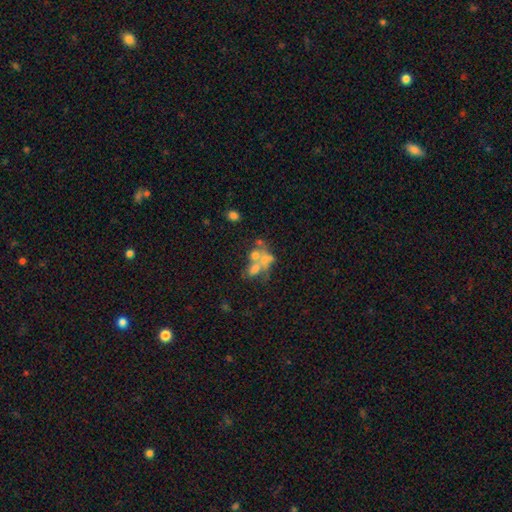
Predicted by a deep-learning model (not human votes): Smooth or featured? featured or disk (43%)
Merging? merger (43%)